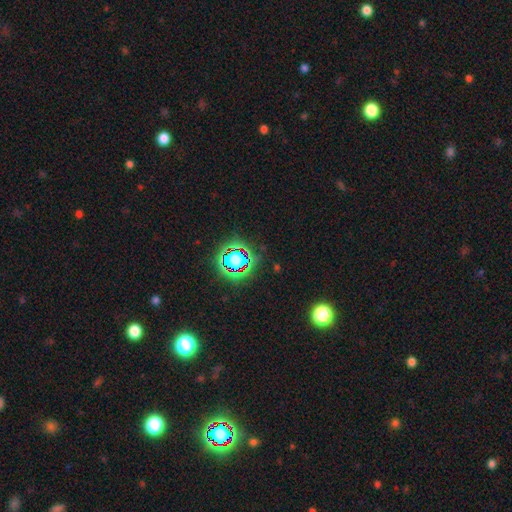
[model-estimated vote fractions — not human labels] This is likely a star or artifact rather than a galaxy (80%).